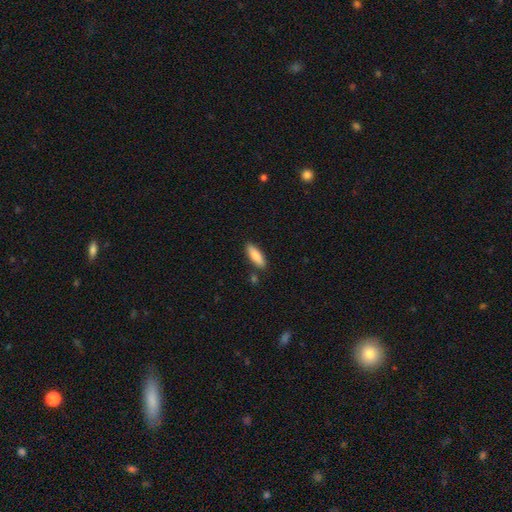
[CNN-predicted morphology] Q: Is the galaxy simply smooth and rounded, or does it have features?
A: smooth — 83%.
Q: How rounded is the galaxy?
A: in between — 57%.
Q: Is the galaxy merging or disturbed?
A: none — 84%.